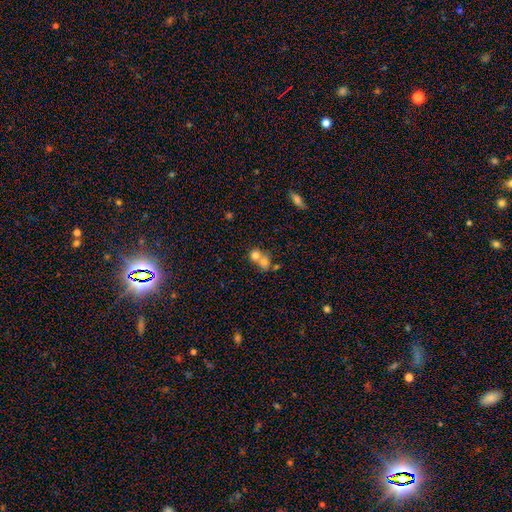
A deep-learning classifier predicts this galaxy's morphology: Q: Smooth or featured?
A: smooth (74%); runner-up: featured or disk (15%)
Q: How rounded?
A: round (74%); runner-up: in between (25%)
Q: Merging?
A: merger (65%); runner-up: none (27%)